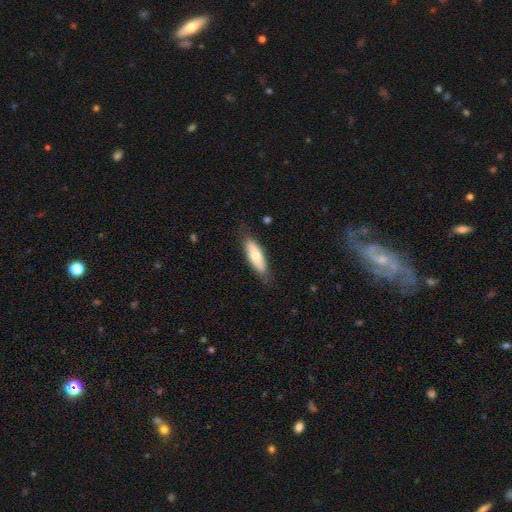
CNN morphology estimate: Smooth or featured? Predicted: smooth (p=0.66). How rounded? Predicted: in between (p=0.56). Merging? Predicted: none (p=0.79).